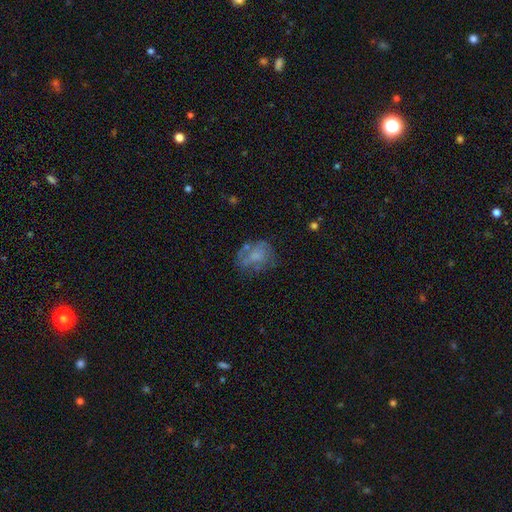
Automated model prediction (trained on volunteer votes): This appears to be a smooth galaxy with no disk features (50%) that is in between round and cigar-shaped (56%). Merging: none (49%).